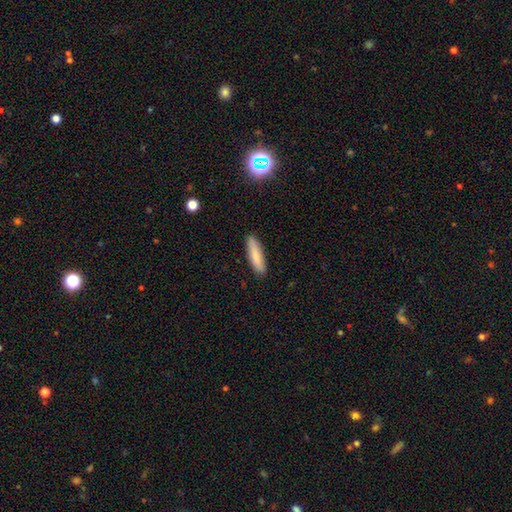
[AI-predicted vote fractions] smooth_or_featured: smooth (p=0.82) [alt: featured or disk p=0.12]
how_rounded: cigar-shaped (p=0.77) [alt: in between p=0.21]
merging: none (p=0.89) [alt: minor disturbance p=0.09]